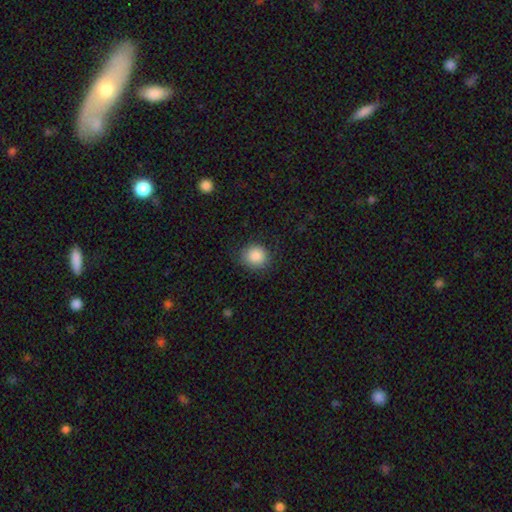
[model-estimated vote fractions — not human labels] This is clearly a smooth galaxy (88%). How rounded: clearly round (84%). Merging: clearly none (83%).